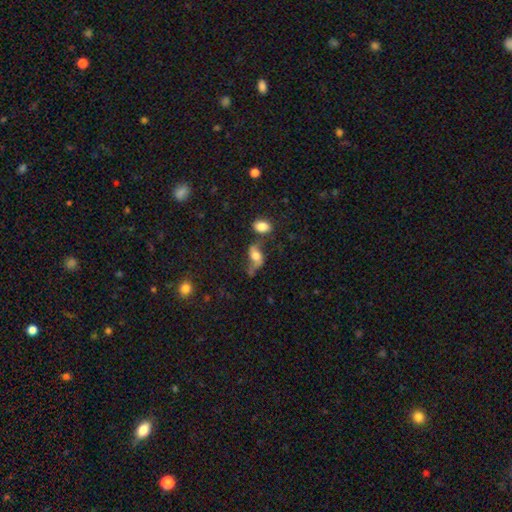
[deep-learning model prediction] smooth-or-featured: featured or disk: 45% | smooth: 43% | star or artifact: 13%
  merging: none: 40% | minor disturbance: 22% | merger: 21% | major disturbance: 17%